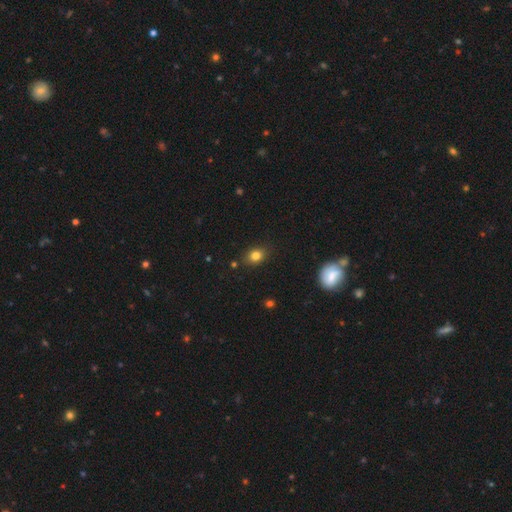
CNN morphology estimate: Smooth or featured?
  - smooth: 81% *
  - star or artifact: 12%
  - featured or disk: 7%
How rounded?
  - in between: 57% *
  - round: 42%
  - cigar-shaped: 1%
Merging?
  - none: 84% *
  - minor disturbance: 12%
  - major disturbance: 3%
  - merger: 2%